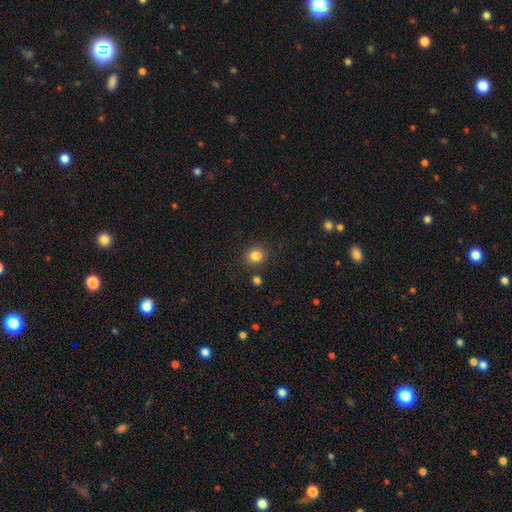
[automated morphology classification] smooth 84%, star or artifact 12%, featured or disk 5%. Down the decision tree: how rounded — round (81%); merging — none (83%).